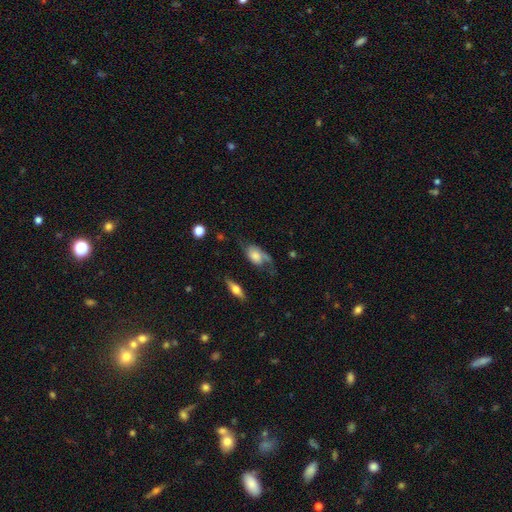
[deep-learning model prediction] Overall: featured or disk (51%; smooth 41%). Edge-on disk: no (86%). Merging: none (37%; major disturbance 30%).